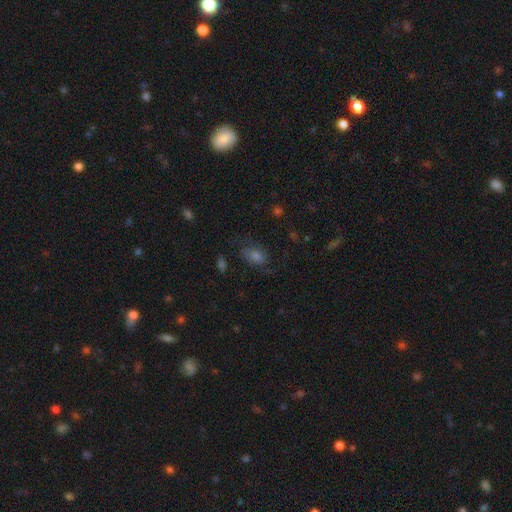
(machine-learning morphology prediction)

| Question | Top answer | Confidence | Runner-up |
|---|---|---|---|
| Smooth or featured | smooth | 45% | featured or disk (31%) |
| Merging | none | 65% | minor disturbance (20%) |